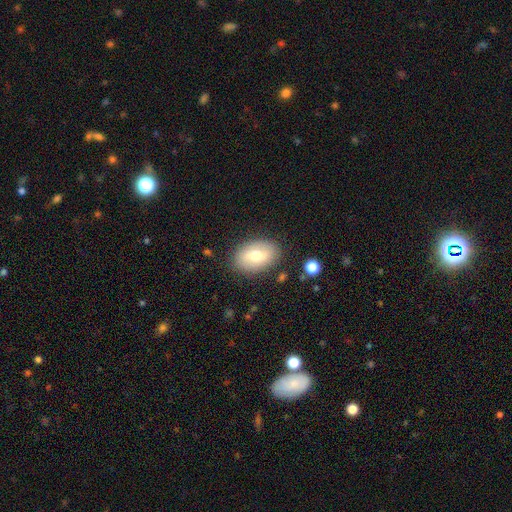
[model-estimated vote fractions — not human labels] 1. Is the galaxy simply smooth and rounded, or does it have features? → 64% smooth, 29% featured or disk, 7% star or artifact.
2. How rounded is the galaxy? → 87% in between, 12% round, 1% cigar-shaped.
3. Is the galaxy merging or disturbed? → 83% none, 11% minor disturbance, 3% major disturbance, 2% merger.